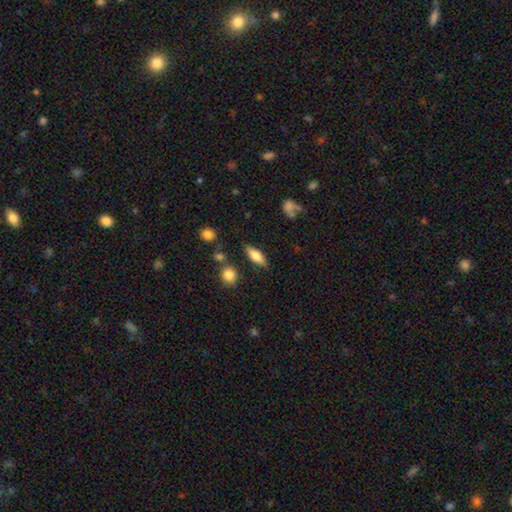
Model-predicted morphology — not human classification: smooth_or_featured: smooth (p=0.74) [alt: featured or disk p=0.19]
how_rounded: in between (p=0.70) [alt: cigar-shaped p=0.26]
merging: none (p=0.80) [alt: minor disturbance p=0.13]